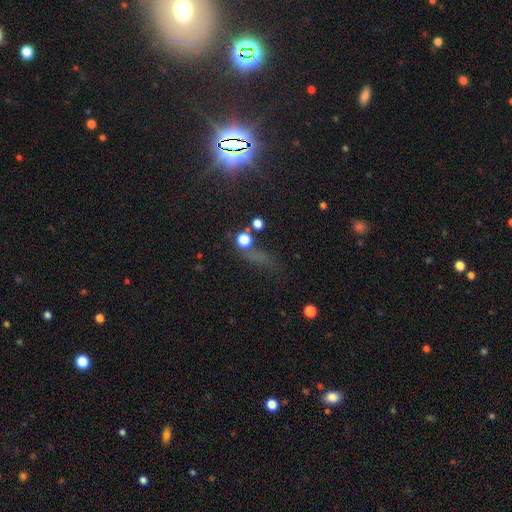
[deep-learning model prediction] The model was most divided on "smooth or featured": star or artifact: 57%, smooth: 28%, featured or disk: 14%.